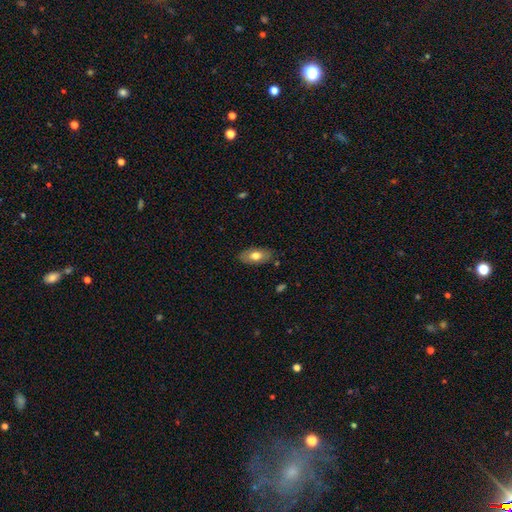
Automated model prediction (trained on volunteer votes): Smooth or featured? Predicted: smooth (p=0.68). How rounded? Predicted: in between (p=0.92). Merging? Predicted: none (p=0.83).